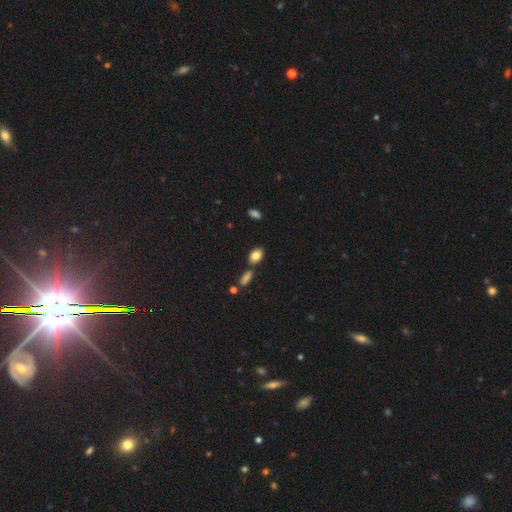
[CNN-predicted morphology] A smooth galaxy with no disk features (85%) that is in between round and cigar-shaped (88%). Merging: none (67%).